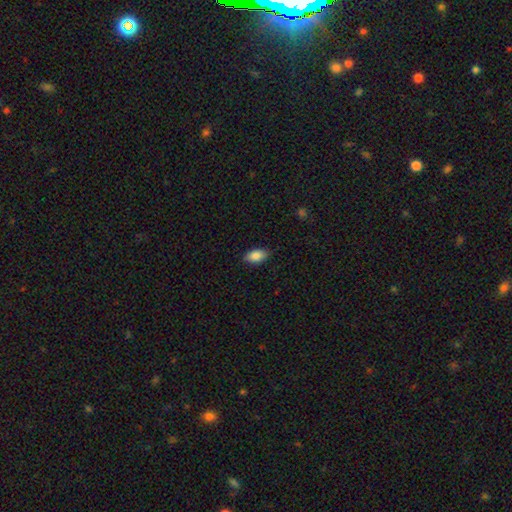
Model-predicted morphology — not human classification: Overall: smooth (88%). How rounded: in between (92%). Merging: none (86%).